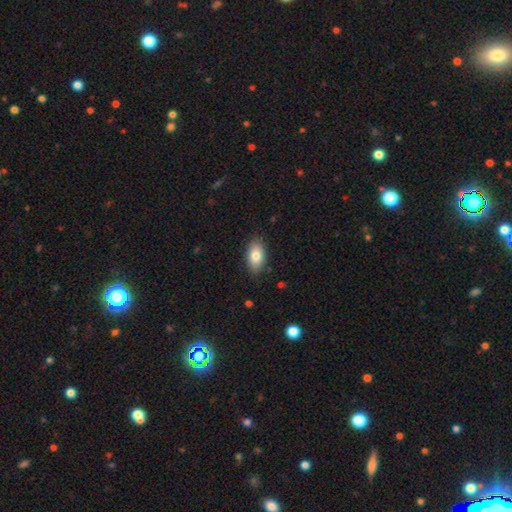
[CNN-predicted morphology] smooth 81%, featured or disk 11%, star or artifact 7%. Down the decision tree: how rounded — in between (92%); merging — none (85%).